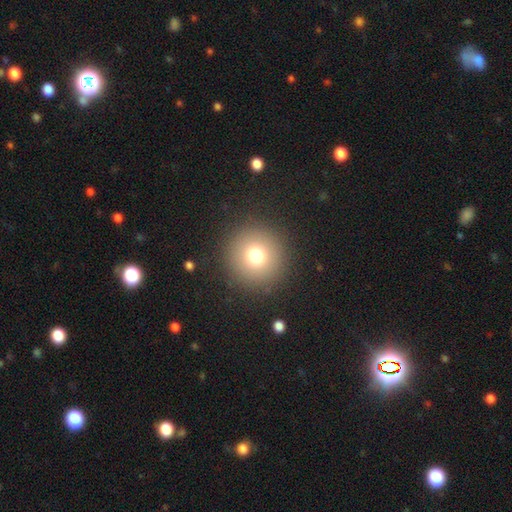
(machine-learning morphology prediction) Smooth or featured? smooth (75%)
How rounded? round (96%)
Merging? none (90%)